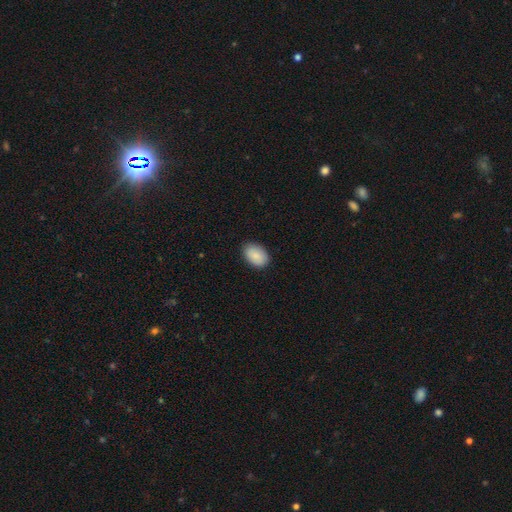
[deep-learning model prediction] smooth-or-featured: smooth: 88% | star or artifact: 6% | featured or disk: 6%
  how-rounded: in between: 88% | round: 11% | cigar-shaped: 1%
  merging: none: 88% | minor disturbance: 9% | major disturbance: 2% | merger: 1%